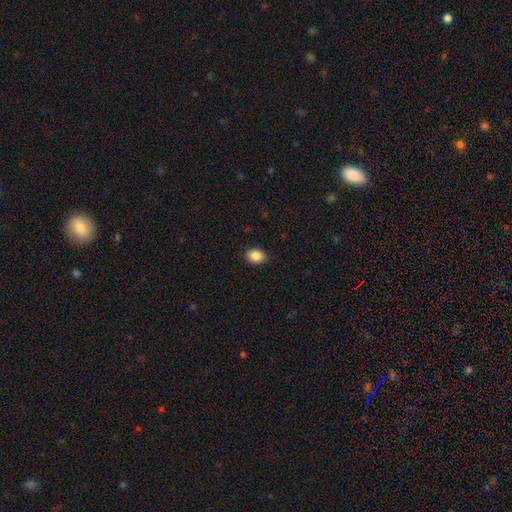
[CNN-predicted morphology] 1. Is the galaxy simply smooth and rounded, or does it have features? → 88% smooth, 8% star or artifact, 3% featured or disk.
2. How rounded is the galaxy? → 71% in between, 28% round, 1% cigar-shaped.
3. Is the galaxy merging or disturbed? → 87% none, 10% minor disturbance, 2% major disturbance, 1% merger.